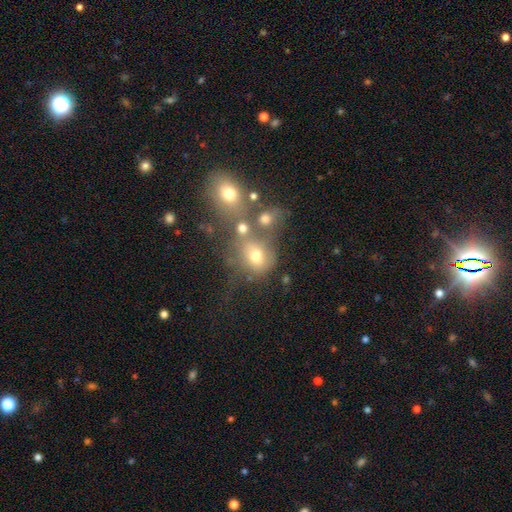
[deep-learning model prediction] Smooth or featured? smooth (62%)
How rounded? round (64%)
Merging? merger (40%)